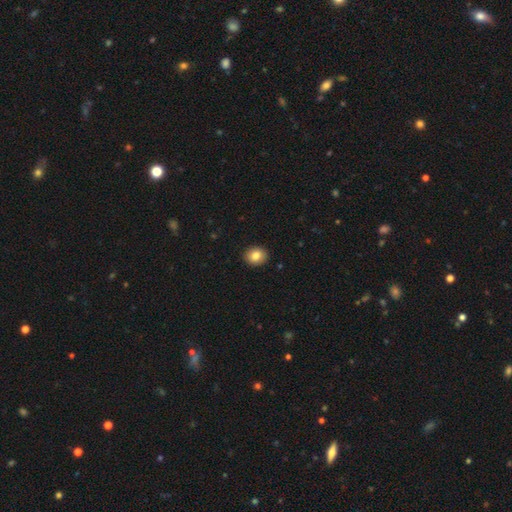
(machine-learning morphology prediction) Overall: smooth (84%). How rounded: round (64%; in between 35%). Merging: none (91%).